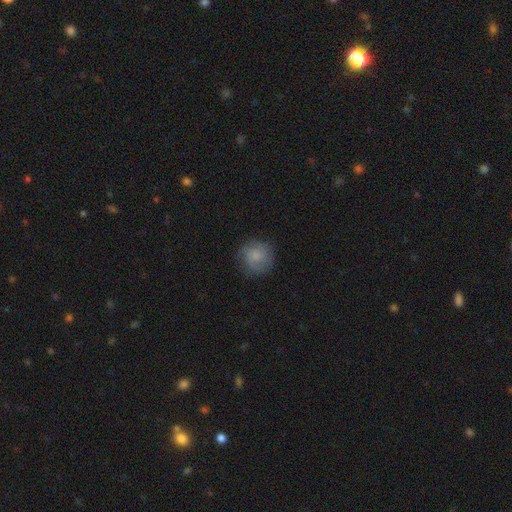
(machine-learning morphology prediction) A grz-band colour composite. It shows a smooth galaxy with no disk features (74%) that is round (89%). Merging: none (74%).